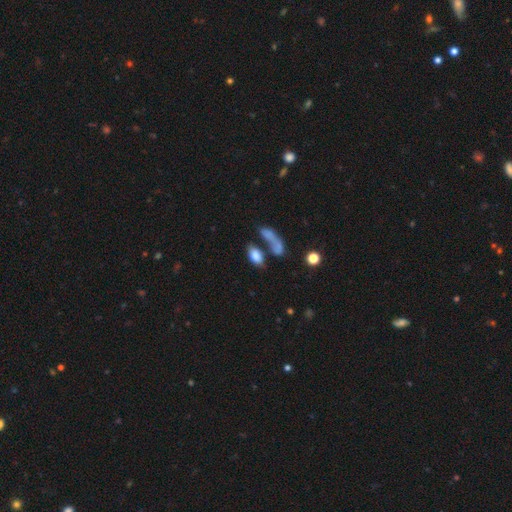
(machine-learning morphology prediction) Smooth or featured? Predicted: smooth (p=0.79). How rounded? Predicted: in between (p=0.89). Merging? Predicted: none (p=0.42).